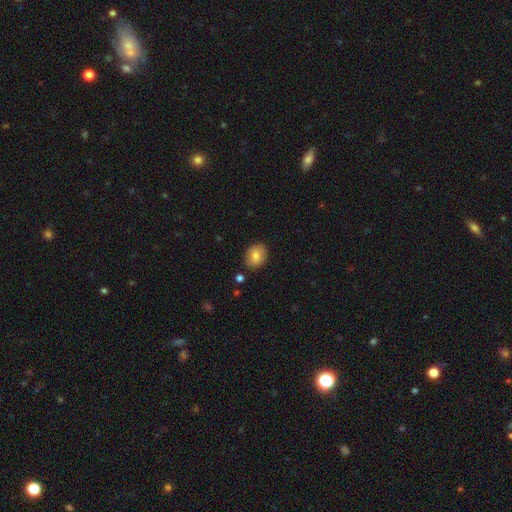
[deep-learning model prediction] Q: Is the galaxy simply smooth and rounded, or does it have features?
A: smooth — 81%.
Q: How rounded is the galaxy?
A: in between — 51%.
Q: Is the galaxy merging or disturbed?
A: none — 86%.